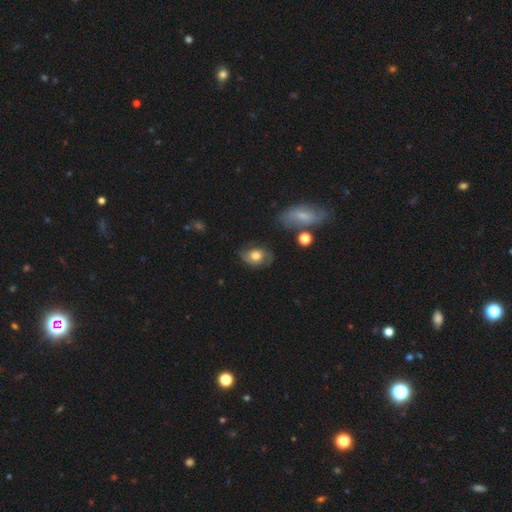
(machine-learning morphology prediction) This is possibly a smooth galaxy (52%). How rounded: likely in between (63%). Merging: likely none (63%).